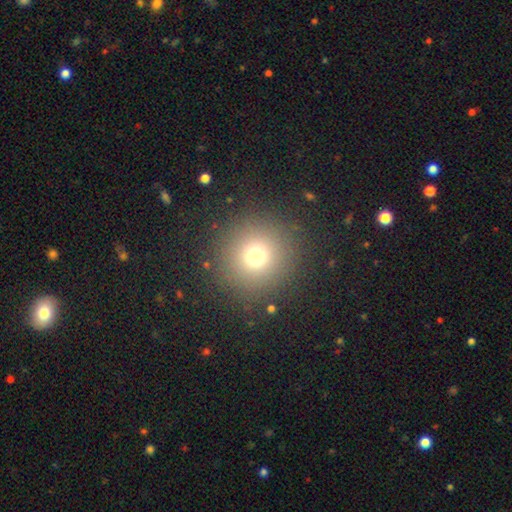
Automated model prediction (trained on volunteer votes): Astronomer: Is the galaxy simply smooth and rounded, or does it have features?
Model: smooth — 73%.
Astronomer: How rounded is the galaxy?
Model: round — 94%.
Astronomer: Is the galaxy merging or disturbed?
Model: none — 89%.